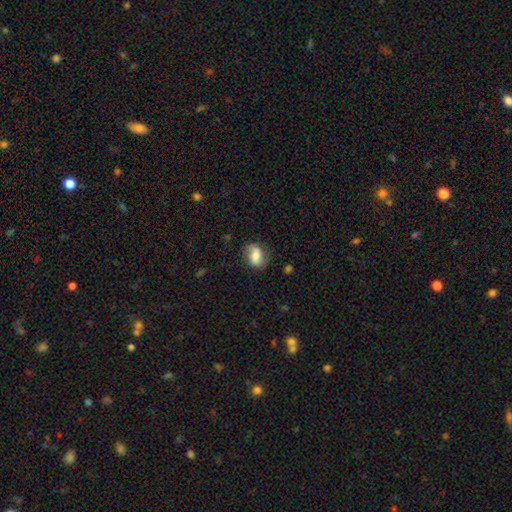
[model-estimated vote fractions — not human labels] Smooth or featured? smooth (62%)
How rounded? in between (73%)
Merging? none (73%)